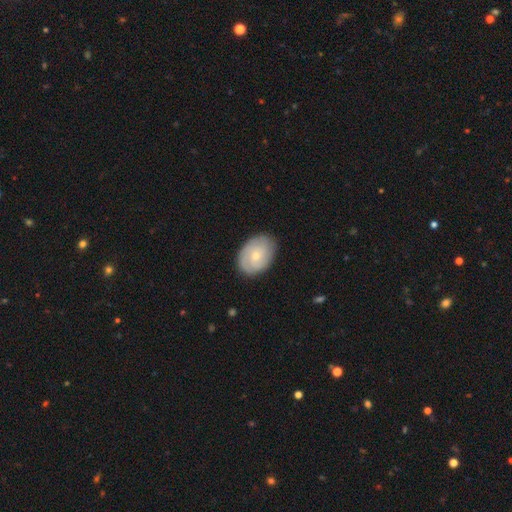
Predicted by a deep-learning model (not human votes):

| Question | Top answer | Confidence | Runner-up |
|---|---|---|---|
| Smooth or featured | featured or disk | 48% | smooth (46%) |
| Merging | none | 82% | minor disturbance (14%) |